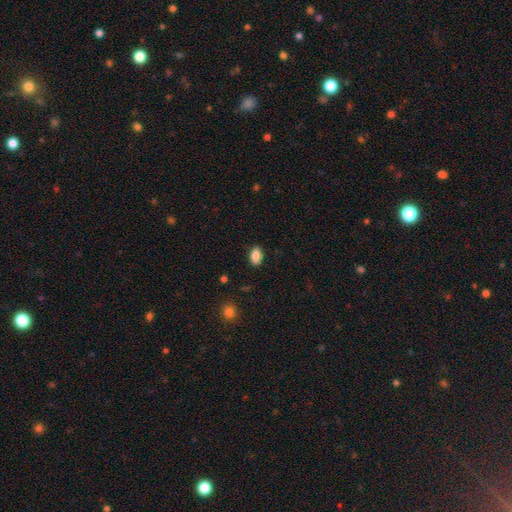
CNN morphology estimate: smooth-or-featured: smooth: 87% | star or artifact: 8% | featured or disk: 5%
  how-rounded: in between: 91% | round: 7% | cigar-shaped: 2%
  merging: none: 88% | minor disturbance: 9% | major disturbance: 2% | merger: 1%